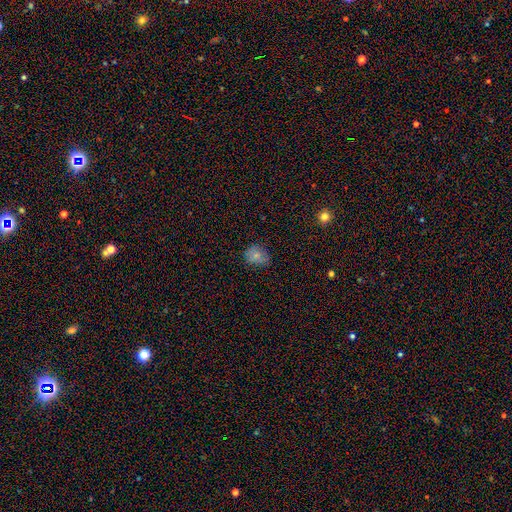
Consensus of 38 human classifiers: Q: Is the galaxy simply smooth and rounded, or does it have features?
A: smooth — 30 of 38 (79%).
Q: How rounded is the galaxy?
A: in between — 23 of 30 (77%).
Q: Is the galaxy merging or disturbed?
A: none — 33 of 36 (92%).